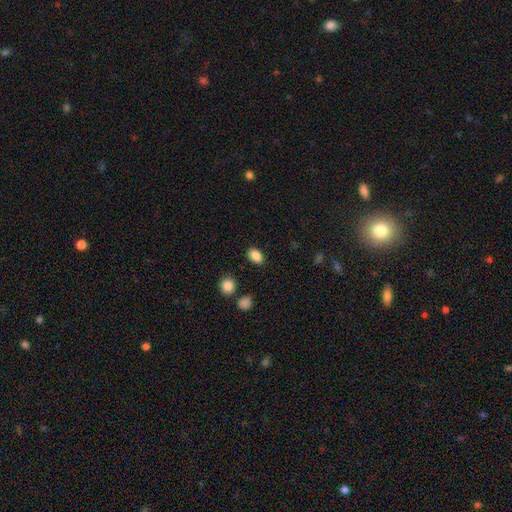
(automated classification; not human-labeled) The model was most divided on "how rounded": in between: 82%, round: 17%, cigar-shaped: 1%. More confident: smooth or featured — smooth (87%); merging — none (86%).